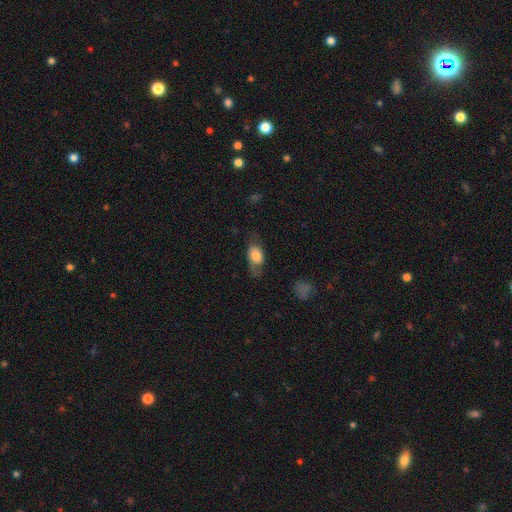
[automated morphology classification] Smooth or featured? smooth (67%)
How rounded? in between (85%)
Merging? none (57%)